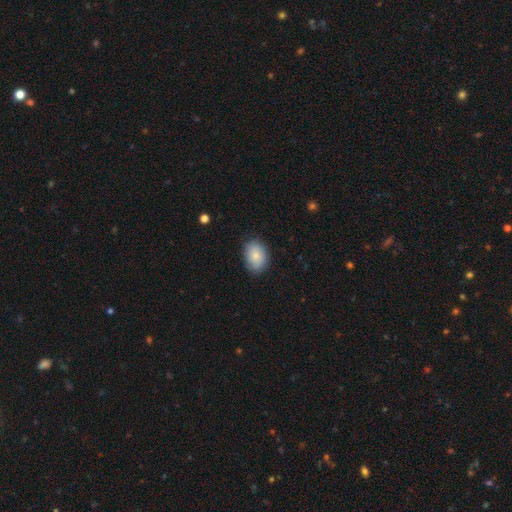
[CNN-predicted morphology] The model was most divided on "how rounded": in between: 73%, round: 26%, cigar-shaped: 1%. More confident: smooth or featured — smooth (83%); merging — none (82%).